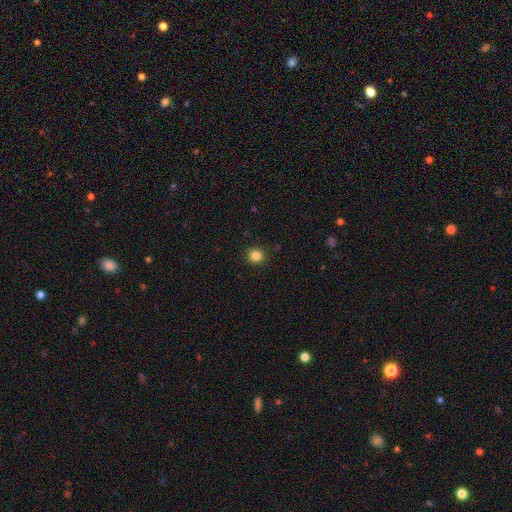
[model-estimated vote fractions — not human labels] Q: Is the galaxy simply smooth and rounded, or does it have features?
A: smooth — 84%.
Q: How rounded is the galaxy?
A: round — 92%.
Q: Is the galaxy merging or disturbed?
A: none — 92%.